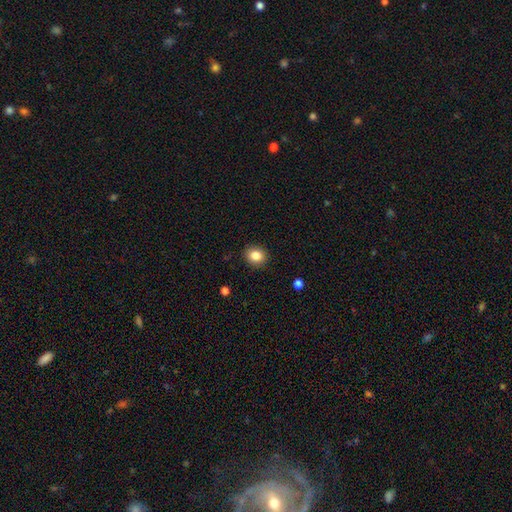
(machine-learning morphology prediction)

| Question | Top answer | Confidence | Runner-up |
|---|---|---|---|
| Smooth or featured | smooth | 84% | star or artifact (10%) |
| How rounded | round | 75% | in between (24%) |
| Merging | none | 90% | minor disturbance (7%) |